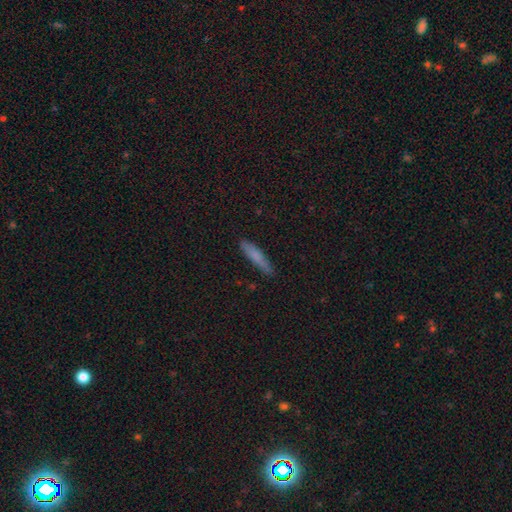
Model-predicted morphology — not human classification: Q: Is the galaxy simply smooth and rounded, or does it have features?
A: smooth — 77%.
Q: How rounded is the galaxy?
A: cigar-shaped — 87%.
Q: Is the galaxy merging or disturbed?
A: none — 85%.